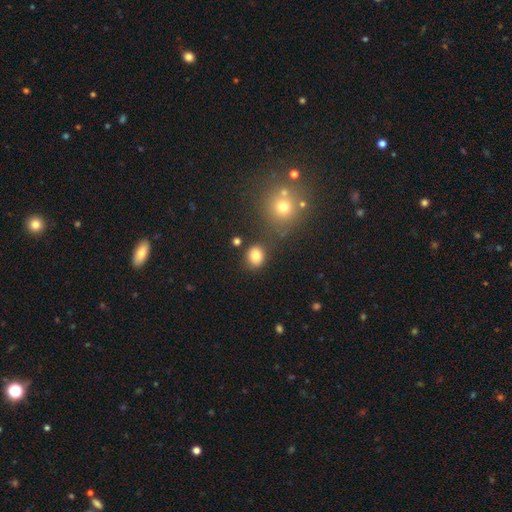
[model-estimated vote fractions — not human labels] This appears to be a smooth galaxy with no disk features (82%) that is round (68%). Merging: none (79%).